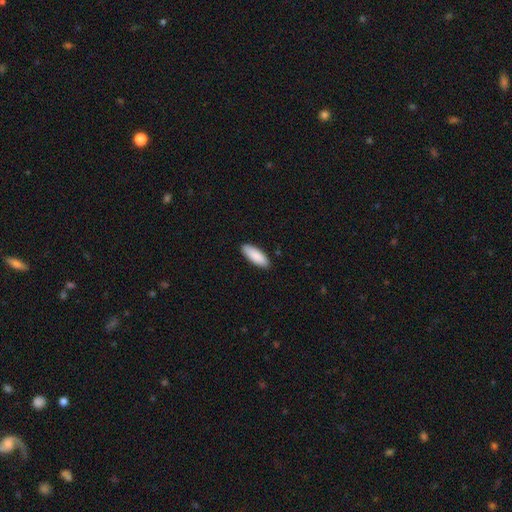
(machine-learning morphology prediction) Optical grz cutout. It shows a smooth galaxy with no disk features (89%) that is in between round and cigar-shaped (71%). Merging: none (89%).